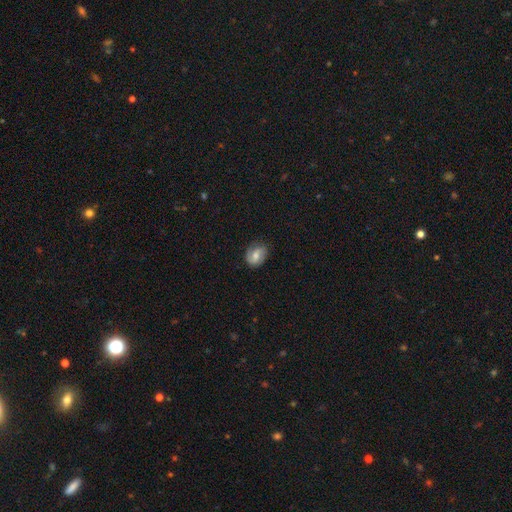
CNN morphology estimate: A smooth galaxy with no disk features (54%) that is in between round and cigar-shaped (58%).

Vote fractions:
- Smooth or featured? smooth: 54% / featured or disk: 38% / star or artifact: 8%
- How rounded? in between: 58% / round: 41% / cigar-shaped: 1%
- Merging? none: 76% / minor disturbance: 18% / major disturbance: 4% / merger: 1%